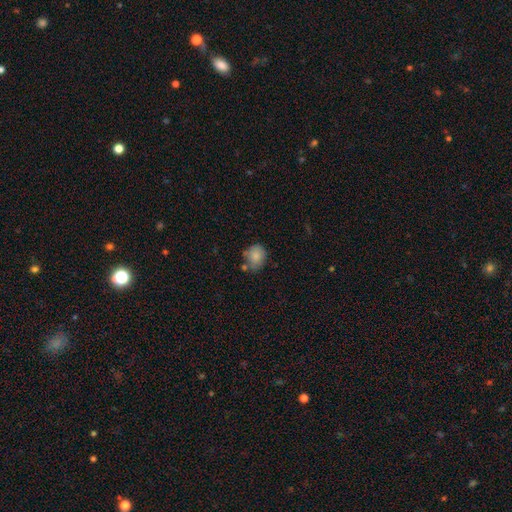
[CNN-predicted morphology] smooth 82%, featured or disk 10%, star or artifact 8%. Down the decision tree: how rounded — round (58%); merging — none (53%).